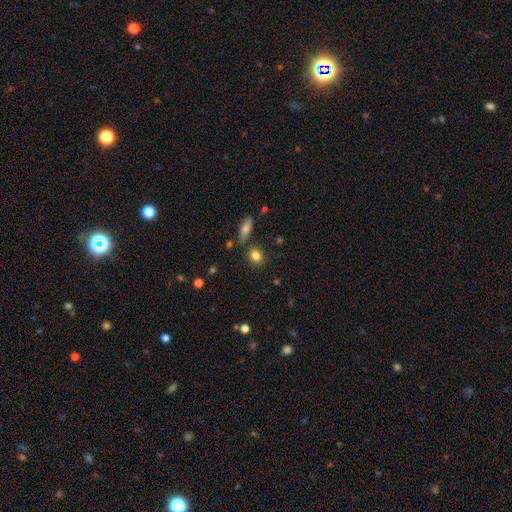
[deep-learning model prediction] Overall: smooth (83%). How rounded: round (67%; in between 30%). Merging: none (80%).